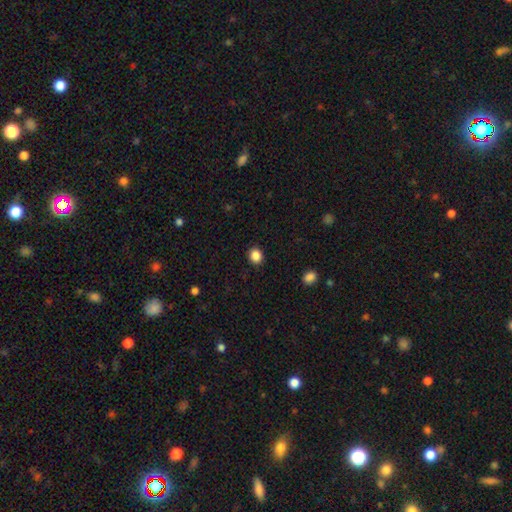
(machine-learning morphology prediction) The model was most divided on "how rounded": round: 74%, in between: 25%, cigar-shaped: 1%. More confident: merging — none (91%); smooth or featured — smooth (87%).